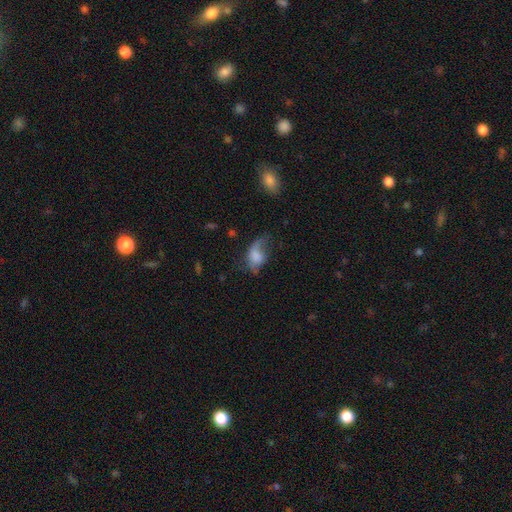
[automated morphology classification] This appears to be a smooth galaxy with no disk features (57%) that is in between round and cigar-shaped (84%). Merging: major disturbance (43%).